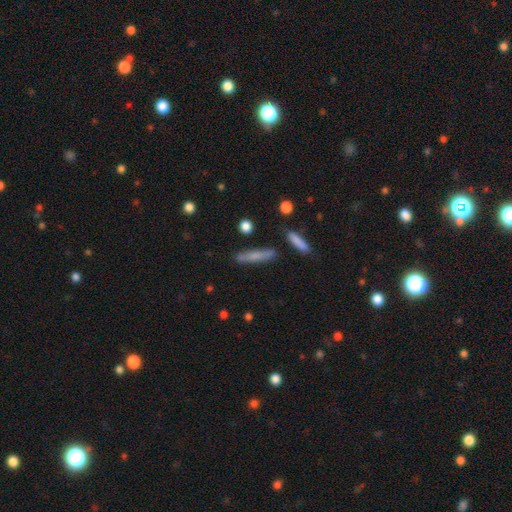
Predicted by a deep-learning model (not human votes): A smooth galaxy with no disk features (69%) that is cigar-shaped (89%). Merging: none (82%).